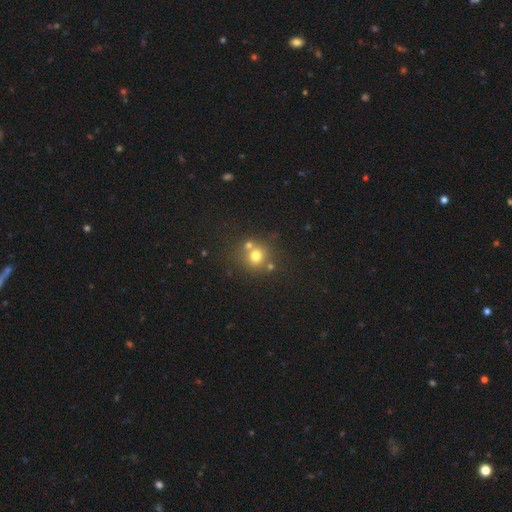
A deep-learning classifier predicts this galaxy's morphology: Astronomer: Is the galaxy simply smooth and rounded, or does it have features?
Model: smooth — 71%.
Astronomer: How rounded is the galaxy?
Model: round — 87%.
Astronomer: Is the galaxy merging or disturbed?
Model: none — 64%.